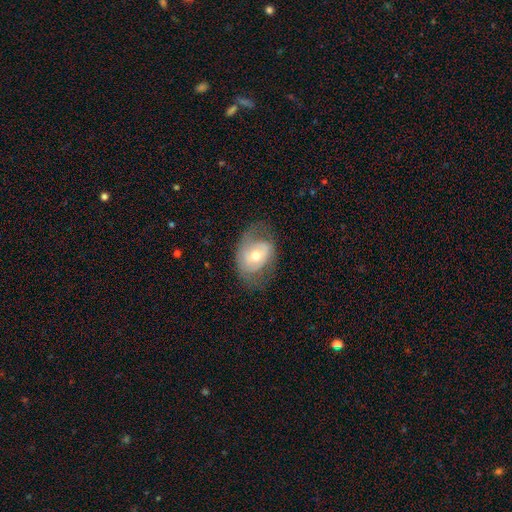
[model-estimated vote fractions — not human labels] Q: Smooth or featured?
A: featured or disk (51%); runner-up: smooth (42%)
Q: Edge-on disk?
A: no (94%); runner-up: yes (6%)
Q: Merging?
A: none (50%); runner-up: minor disturbance (27%)